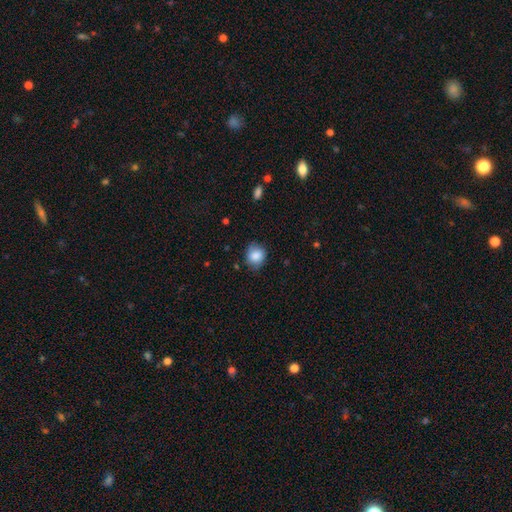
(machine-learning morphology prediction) A smooth galaxy with no disk features (84%) that is round (67%).

Vote fractions:
- Smooth or featured? smooth: 84% / star or artifact: 8% / featured or disk: 8%
- How rounded? round: 67% / in between: 32% / cigar-shaped: 1%
- Merging? none: 74% / minor disturbance: 20% / major disturbance: 4% / merger: 1%